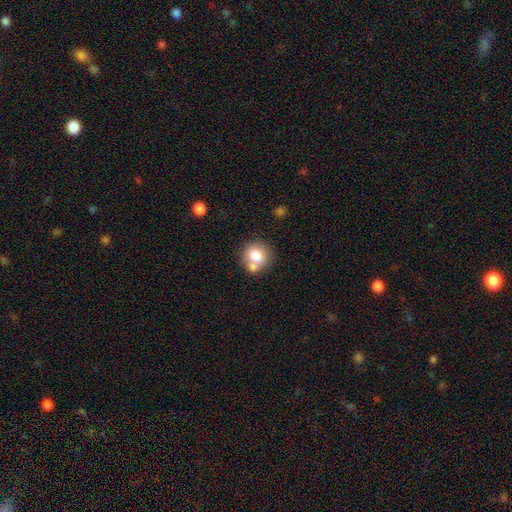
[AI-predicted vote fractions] smooth-or-featured: smooth: 77% | featured or disk: 14% | star or artifact: 9%
  how-rounded: round: 82% | in between: 17% | cigar-shaped: 1%
  merging: none: 55% | merger: 29% | minor disturbance: 11% | major disturbance: 4%